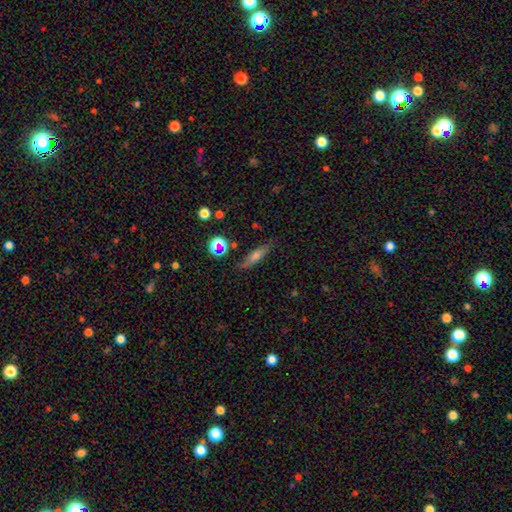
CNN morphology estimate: A smooth galaxy with no disk features (55%) that is cigar-shaped (65%).

Vote fractions:
- Smooth or featured? smooth: 55% / featured or disk: 30% / star or artifact: 15%
- How rounded? cigar-shaped: 65% / in between: 29% / round: 6%
- Merging? none: 80% / minor disturbance: 13% / major disturbance: 4% / merger: 3%